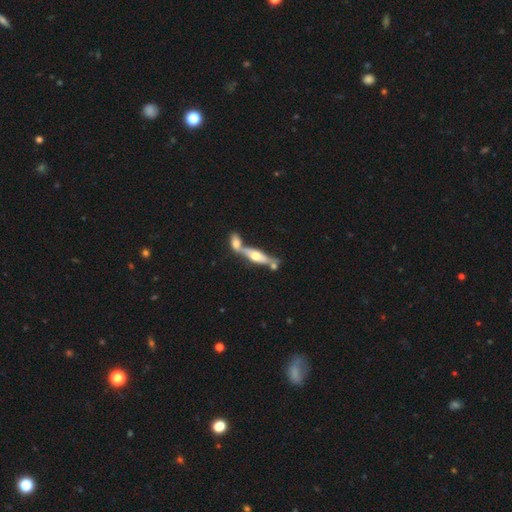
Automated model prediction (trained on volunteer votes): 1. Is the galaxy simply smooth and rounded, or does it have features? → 59% featured or disk, 35% smooth, 6% star or artifact.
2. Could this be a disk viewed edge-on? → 77% yes, 23% no.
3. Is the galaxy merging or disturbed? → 48% merger, 38% none, 9% minor disturbance, 4% major disturbance.